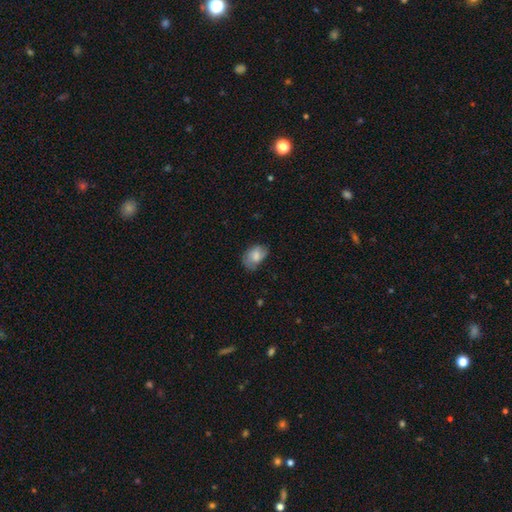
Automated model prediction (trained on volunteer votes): A smooth galaxy with no disk features (72%) that is in between round and cigar-shaped (81%).

Vote fractions:
- Smooth or featured? smooth: 72% / featured or disk: 20% / star or artifact: 8%
- How rounded? in between: 81% / round: 17% / cigar-shaped: 1%
- Merging? none: 55% / minor disturbance: 32% / major disturbance: 11% / merger: 1%